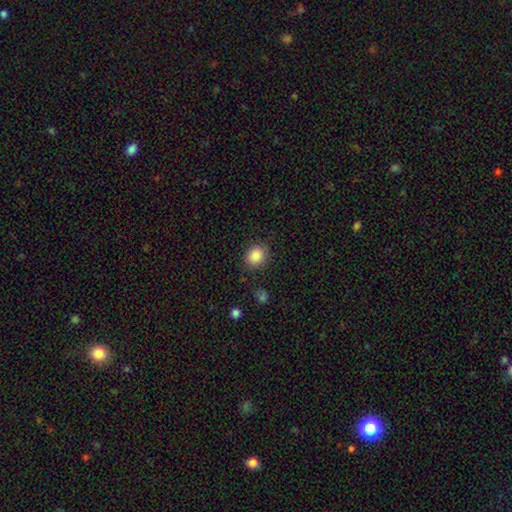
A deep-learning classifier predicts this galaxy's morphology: Smooth or featured: smooth — 87% (star or artifact — 9%)
How rounded: round — 69% (in between — 30%)
Merging: none — 84% (minor disturbance — 11%)